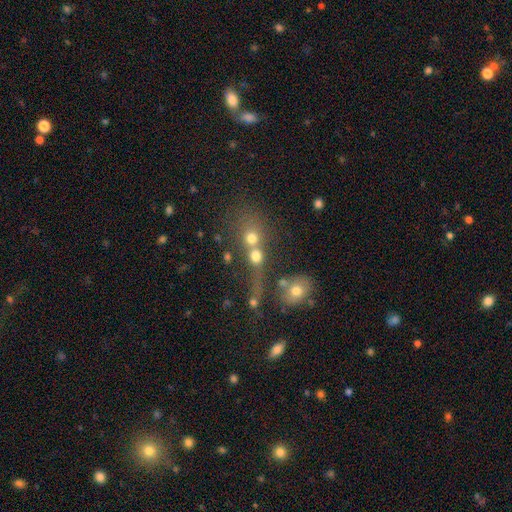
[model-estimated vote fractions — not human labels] Morphology: type=smooth (66%); roundness=round (74%); merging=merger (53%).